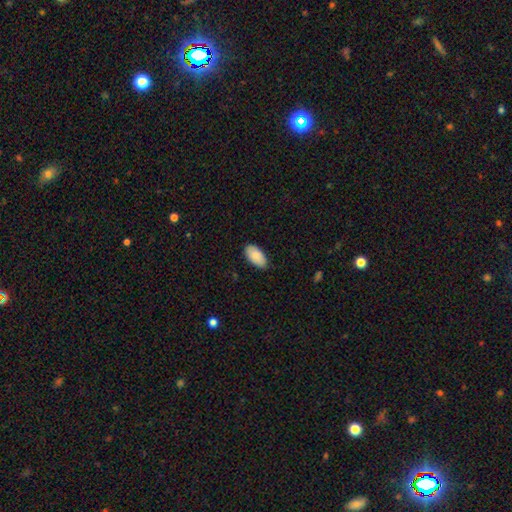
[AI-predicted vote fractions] A smooth galaxy with no disk features (88%) that is in between round and cigar-shaped (95%). Merging: none (84%).